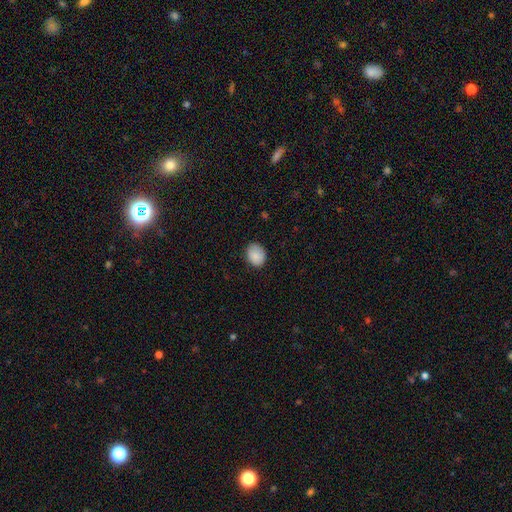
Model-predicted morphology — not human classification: Smooth or featured? Predicted: smooth (p=0.88). How rounded? Predicted: round (p=0.52). Merging? Predicted: none (p=0.83).